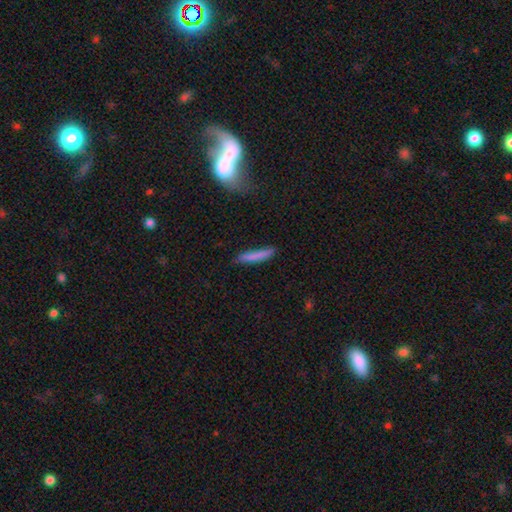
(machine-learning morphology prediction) Smooth or featured? Predicted: smooth (p=0.79). How rounded? Predicted: cigar-shaped (p=0.92). Merging? Predicted: none (p=0.79).